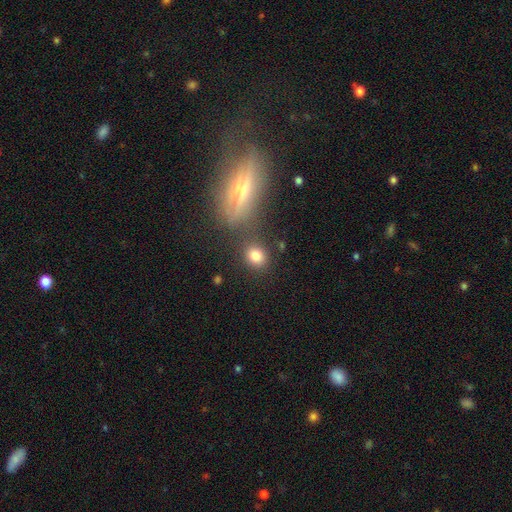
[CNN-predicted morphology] smooth-or-featured: smooth: 80% | star or artifact: 12% | featured or disk: 9%
  how-rounded: round: 66% | in between: 32% | cigar-shaped: 2%
  merging: none: 73% | minor disturbance: 11% | merger: 11% | major disturbance: 5%